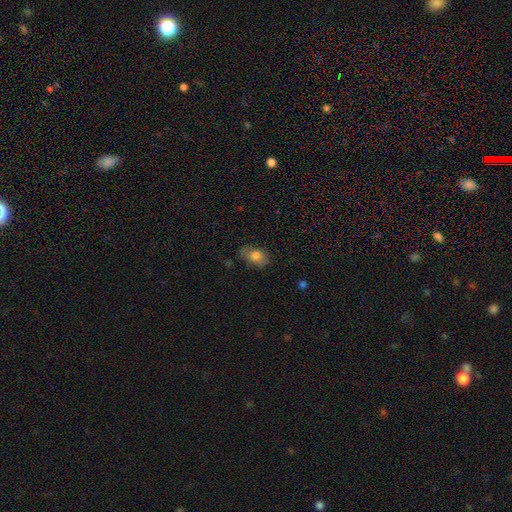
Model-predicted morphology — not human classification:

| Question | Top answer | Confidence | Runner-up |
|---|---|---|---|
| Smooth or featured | smooth | 78% | featured or disk (13%) |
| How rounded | in between | 83% | round (15%) |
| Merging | none | 67% | minor disturbance (24%) |